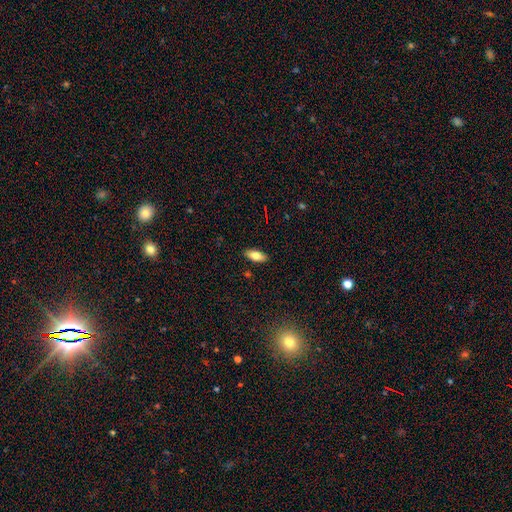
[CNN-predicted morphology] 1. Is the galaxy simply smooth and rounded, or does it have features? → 76% smooth, 16% featured or disk, 7% star or artifact.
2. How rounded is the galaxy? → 83% in between, 15% cigar-shaped, 2% round.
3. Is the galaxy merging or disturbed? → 89% none, 8% minor disturbance, 2% major disturbance, 1% merger.